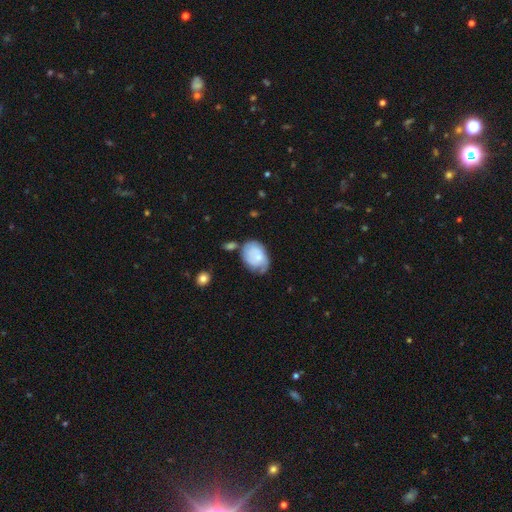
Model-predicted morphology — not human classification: smooth 52%, featured or disk 42%, star or artifact 7%. Down the decision tree: how rounded — in between (78%); merging — none (47%).